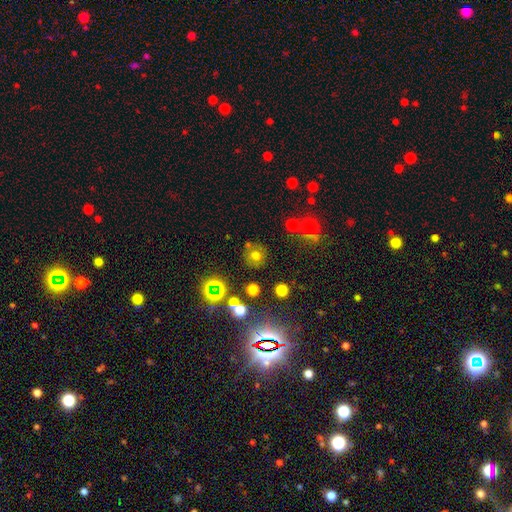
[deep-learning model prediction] Morphology: type=smooth (64%); roundness=round (88%); merging=none (79%).